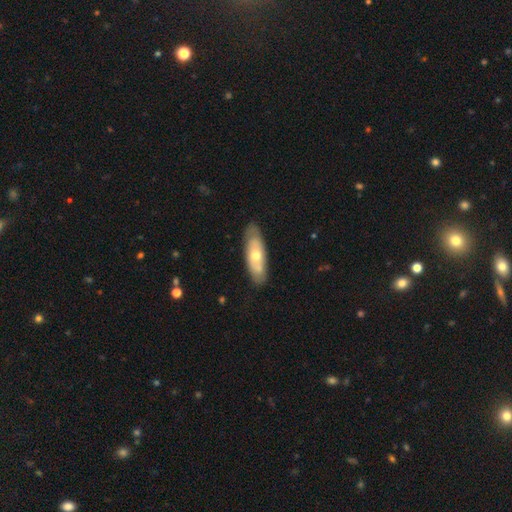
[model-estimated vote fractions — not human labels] Q: Smooth or featured?
A: smooth (49%); runner-up: featured or disk (46%)
Q: Merging?
A: none (80%); runner-up: minor disturbance (15%)